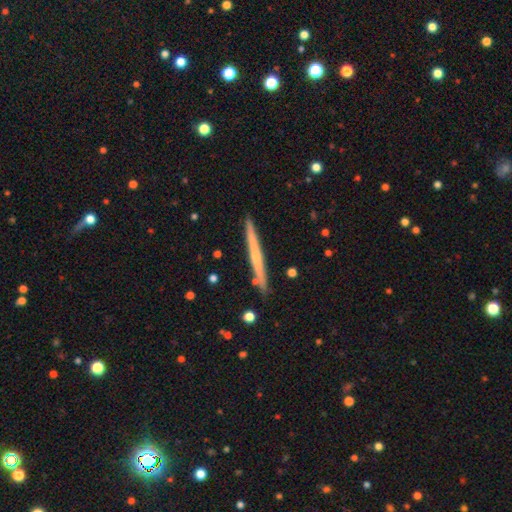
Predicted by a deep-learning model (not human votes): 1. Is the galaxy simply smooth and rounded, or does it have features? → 53% featured or disk, 41% smooth, 6% star or artifact.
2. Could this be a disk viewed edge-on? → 97% yes, 3% no.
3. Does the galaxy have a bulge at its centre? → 68% none, 27% rounded, 5% boxy.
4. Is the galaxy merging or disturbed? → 89% none, 7% minor disturbance, 2% merger, 1% major disturbance.